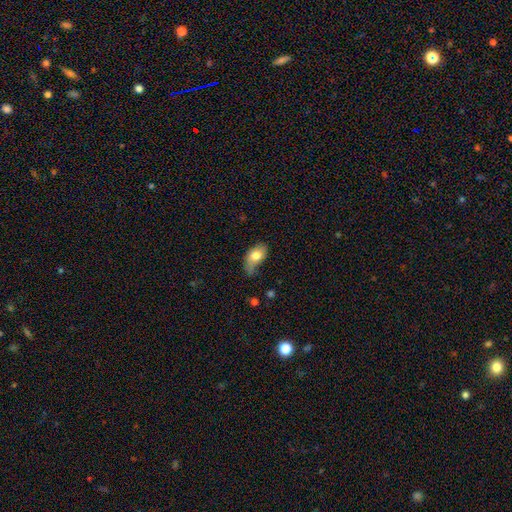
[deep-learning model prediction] Smooth or featured: smooth — 74% (featured or disk — 19%)
How rounded: in between — 89% (round — 8%)
Merging: minor disturbance — 41% (none — 36%)